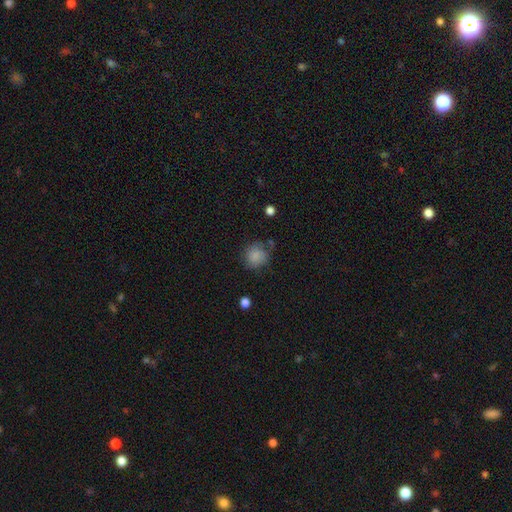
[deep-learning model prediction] Smooth or featured? Predicted: smooth (p=0.85). How rounded? Predicted: round (p=0.83). Merging? Predicted: none (p=0.68).